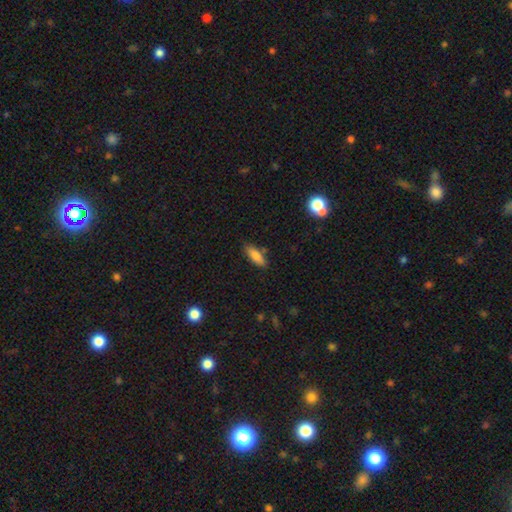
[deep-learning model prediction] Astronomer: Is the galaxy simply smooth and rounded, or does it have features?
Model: smooth — 81%.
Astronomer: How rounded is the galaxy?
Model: in between — 65%.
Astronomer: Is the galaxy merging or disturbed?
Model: none — 80%.